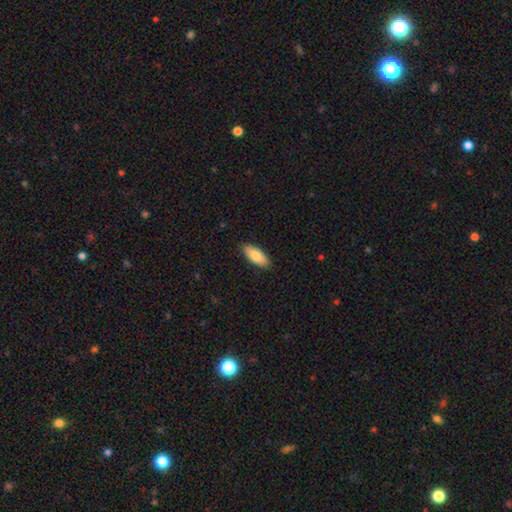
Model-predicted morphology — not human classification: This is clearly a smooth galaxy (83%). How rounded: clearly in between (82%). Merging: clearly none (88%).